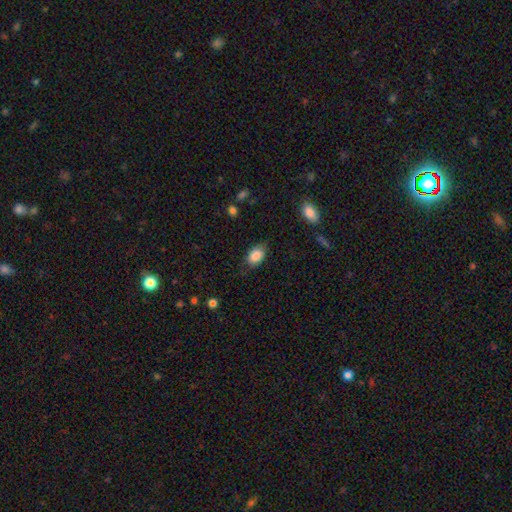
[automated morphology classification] A smooth galaxy with no disk features (86%) that is in between round and cigar-shaped (88%).

Vote fractions:
- Smooth or featured? smooth: 86% / star or artifact: 7% / featured or disk: 7%
- How rounded? in between: 88% / round: 11% / cigar-shaped: 2%
- Merging? none: 74% / minor disturbance: 20% / major disturbance: 5% / merger: 1%